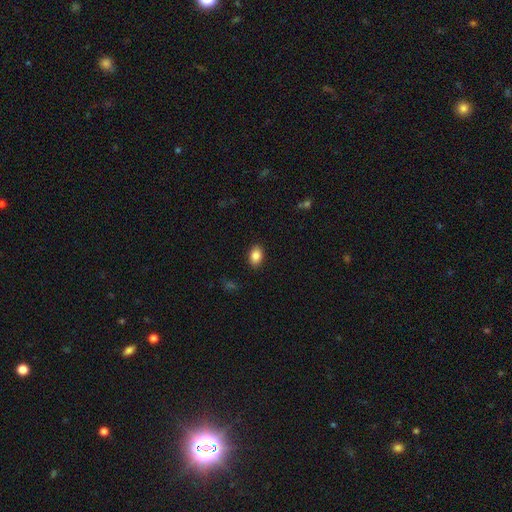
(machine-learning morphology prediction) smooth-or-featured: smooth: 87% | star or artifact: 8% | featured or disk: 5%
  how-rounded: in between: 82% | round: 17% | cigar-shaped: 1%
  merging: none: 89% | minor disturbance: 8% | major disturbance: 2% | merger: 1%